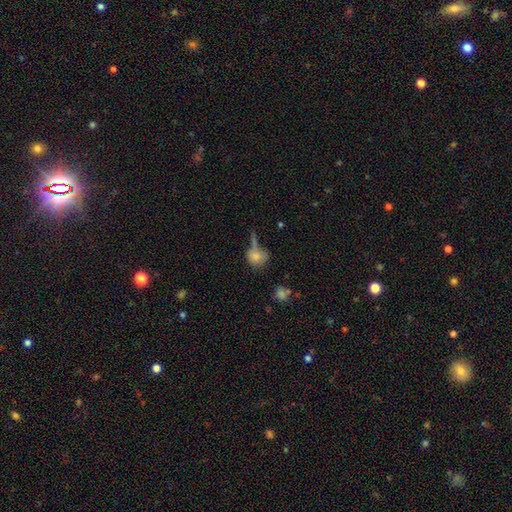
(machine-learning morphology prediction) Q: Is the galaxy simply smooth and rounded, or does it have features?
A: smooth — 74%.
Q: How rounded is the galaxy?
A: round — 64%.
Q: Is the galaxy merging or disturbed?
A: none — 42%.